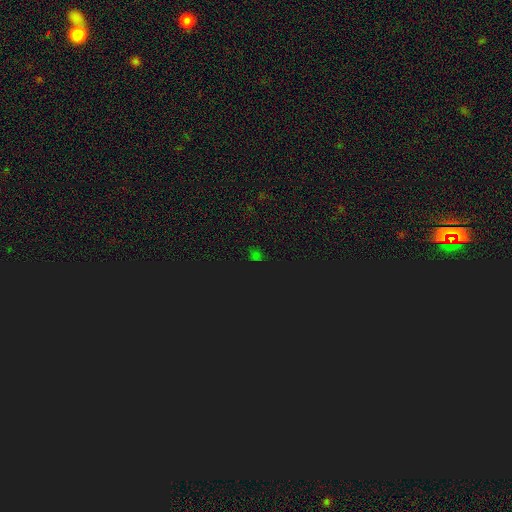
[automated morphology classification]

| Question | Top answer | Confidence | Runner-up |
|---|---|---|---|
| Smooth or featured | star or artifact | 64% | smooth (30%) |